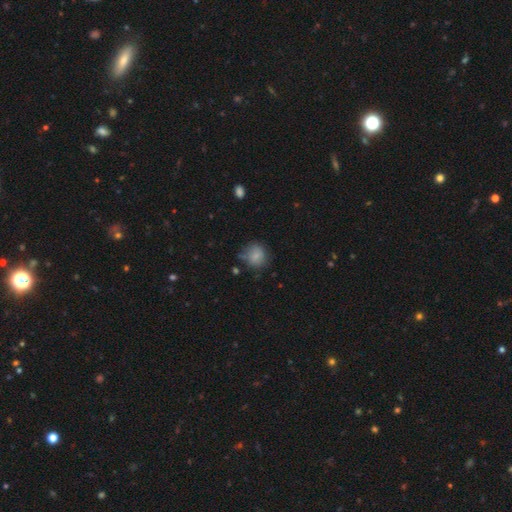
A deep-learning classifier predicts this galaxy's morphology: smooth 81%, featured or disk 10%, star or artifact 10%. Down the decision tree: how rounded — round (79%); merging — none (67%).